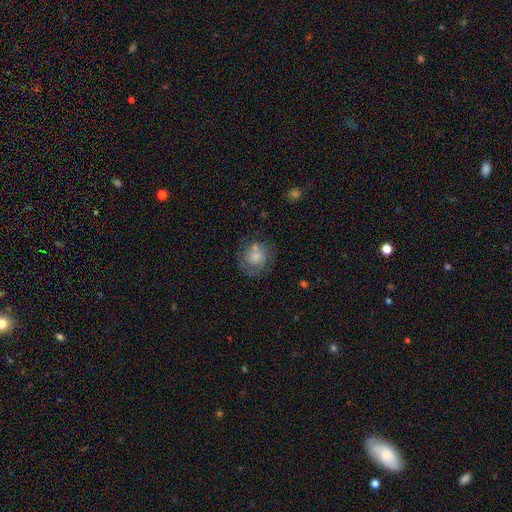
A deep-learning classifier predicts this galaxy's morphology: Smooth or featured?
  - smooth: 55% *
  - featured or disk: 36%
  - star or artifact: 9%
How rounded?
  - round: 77% *
  - in between: 22%
  - cigar-shaped: 1%
Merging?
  - none: 55% *
  - minor disturbance: 20%
  - merger: 15%
  - major disturbance: 11%